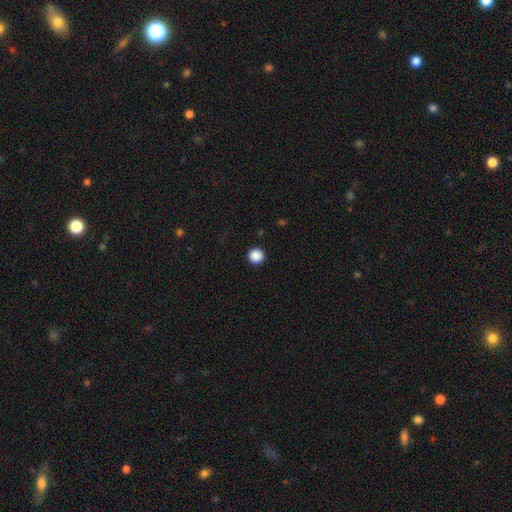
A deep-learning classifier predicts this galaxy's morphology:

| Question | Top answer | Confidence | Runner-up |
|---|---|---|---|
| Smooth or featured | smooth | 88% | star or artifact (10%) |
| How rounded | round | 96% | in between (3%) |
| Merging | none | 94% | minor disturbance (4%) |